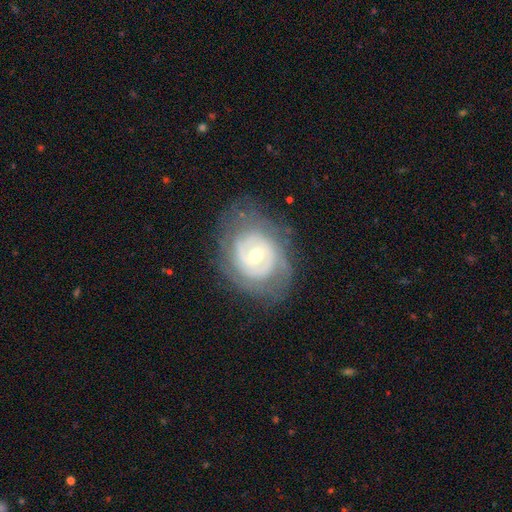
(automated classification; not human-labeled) Smooth or featured? Predicted: featured or disk (p=0.80). Edge-on disk? Predicted: no (p=0.97). Bar? Predicted: weak (p=0.45). Spiral arms? Predicted: yes (p=0.82). Spiral winding? Predicted: tight (p=0.67). Spiral arm count? Predicted: 2 (p=0.40). Bulge size? Predicted: moderate (p=0.56). Merging? Predicted: none (p=0.71).